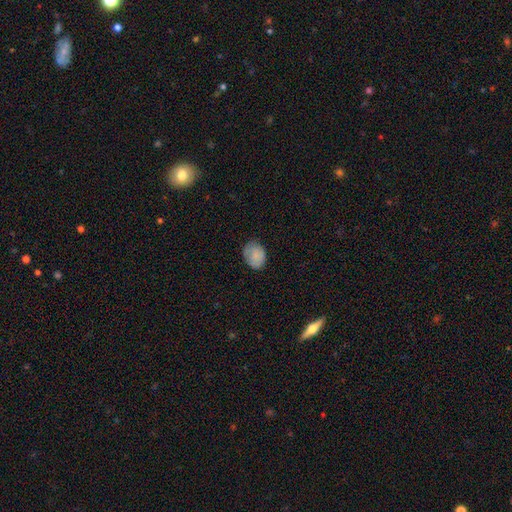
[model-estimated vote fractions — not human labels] A smooth galaxy with no disk features (83%) that is in between round and cigar-shaped (60%). Merging: none (75%).